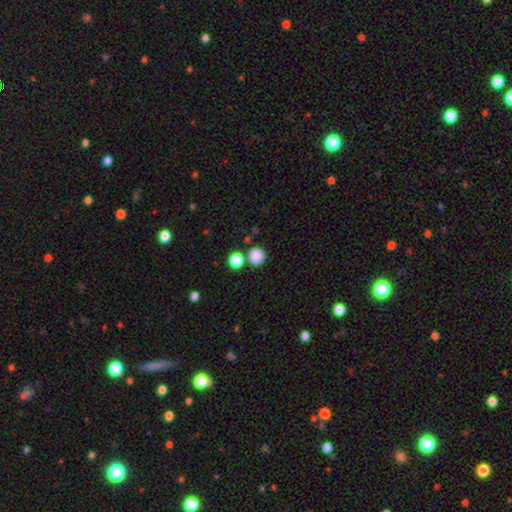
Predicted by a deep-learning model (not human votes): Smooth or featured? Predicted: smooth (p=0.86). How rounded? Predicted: round (p=0.89). Merging? Predicted: none (p=0.77).